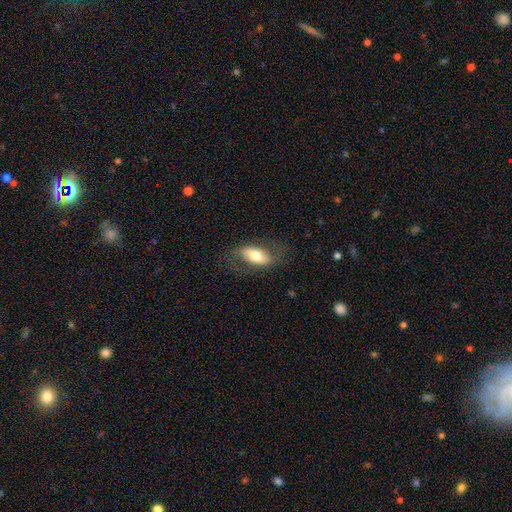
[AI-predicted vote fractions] smooth-or-featured: smooth: 54% | featured or disk: 40% | star or artifact: 6%
  how-rounded: in between: 89% | cigar-shaped: 6% | round: 5%
  merging: none: 71% | minor disturbance: 17% | major disturbance: 10% | merger: 1%